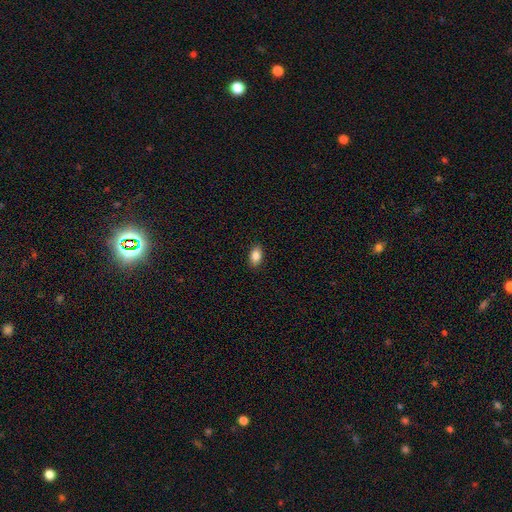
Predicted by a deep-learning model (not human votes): Smooth or featured?
  - smooth: 87% *
  - star or artifact: 8%
  - featured or disk: 5%
How rounded?
  - in between: 90% *
  - round: 8%
  - cigar-shaped: 2%
Merging?
  - none: 89% *
  - minor disturbance: 8%
  - major disturbance: 2%
  - merger: 1%